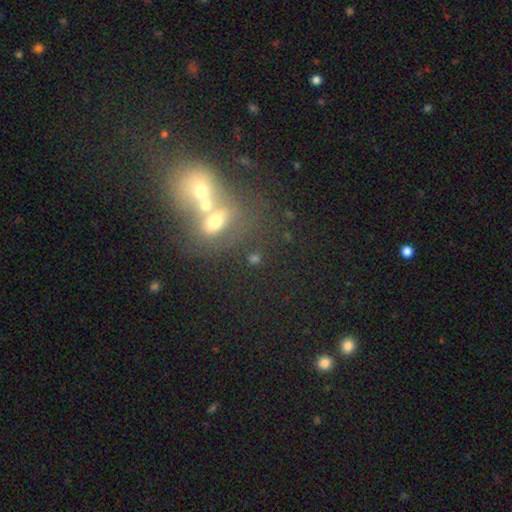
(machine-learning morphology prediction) smooth-or-featured: smooth: 52% | featured or disk: 25% | star or artifact: 23%
  how-rounded: in between: 54% | round: 42% | cigar-shaped: 4%
  merging: merger: 60% | none: 27% | minor disturbance: 7% | major disturbance: 6%